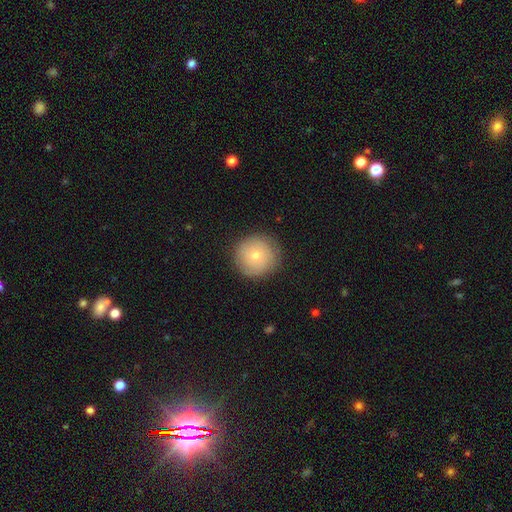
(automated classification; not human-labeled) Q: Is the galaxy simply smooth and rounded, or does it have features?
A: smooth — 69%.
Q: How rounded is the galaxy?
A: round — 95%.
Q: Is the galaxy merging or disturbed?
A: none — 86%.